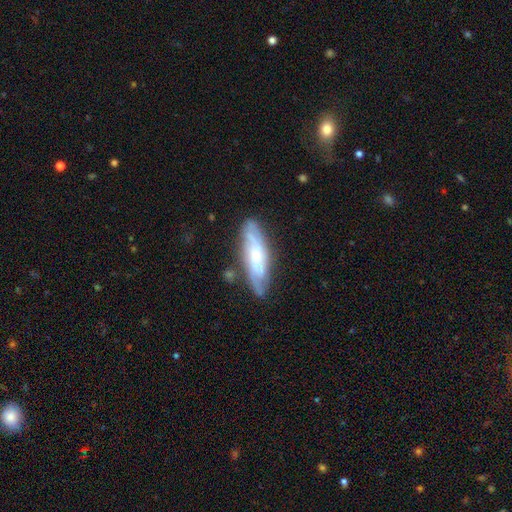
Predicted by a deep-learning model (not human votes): smooth_or_featured: featured or disk (p=0.66) [alt: smooth p=0.28]
disk_edge_on: no (p=0.74) [alt: yes p=0.26]
merging: none (p=0.73) [alt: minor disturbance p=0.19]